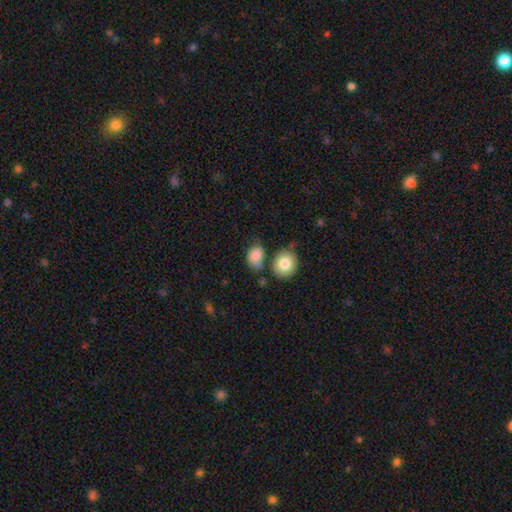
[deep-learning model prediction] This appears to be a smooth galaxy with no disk features (83%) that is in between round and cigar-shaped (64%). Merging: none (44%).